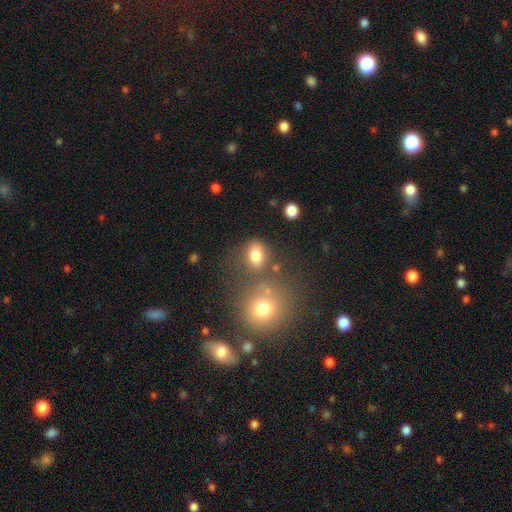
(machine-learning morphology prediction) The model was most divided on "how rounded": in between: 58%, round: 40%, cigar-shaped: 2%. More confident: smooth or featured — smooth (78%); merging — none (67%).